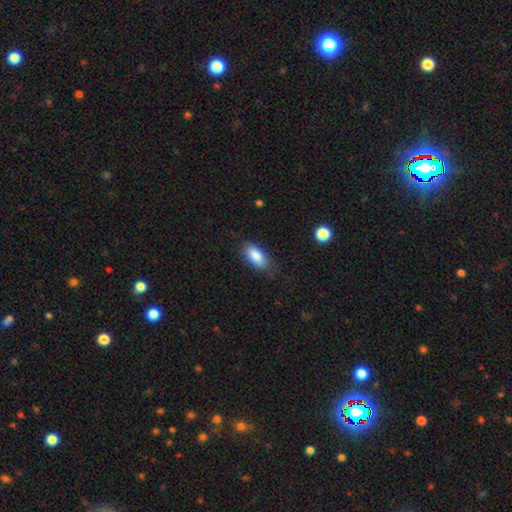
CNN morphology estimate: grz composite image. It shows a smooth galaxy with no disk features (85%) that is in between round and cigar-shaped (89%). Merging: none (74%).